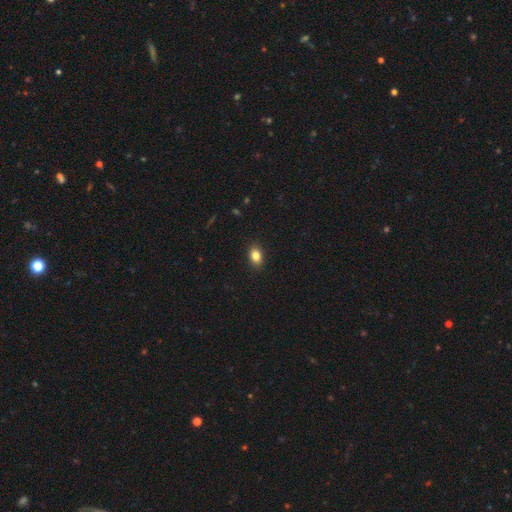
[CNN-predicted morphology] Smooth or featured?
  - smooth: 83% *
  - star or artifact: 10%
  - featured or disk: 7%
How rounded?
  - in between: 77% *
  - round: 21%
  - cigar-shaped: 2%
Merging?
  - none: 90% *
  - minor disturbance: 8%
  - major disturbance: 2%
  - merger: 1%